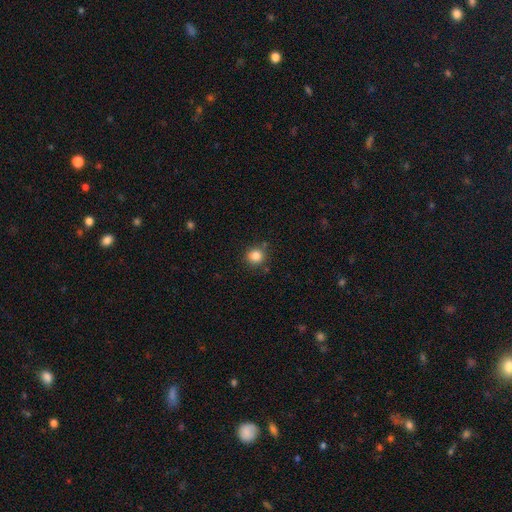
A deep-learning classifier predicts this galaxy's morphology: Q: Smooth or featured?
A: smooth (85%); runner-up: star or artifact (11%)
Q: How rounded?
A: round (92%); runner-up: in between (8%)
Q: Merging?
A: none (83%); runner-up: minor disturbance (10%)